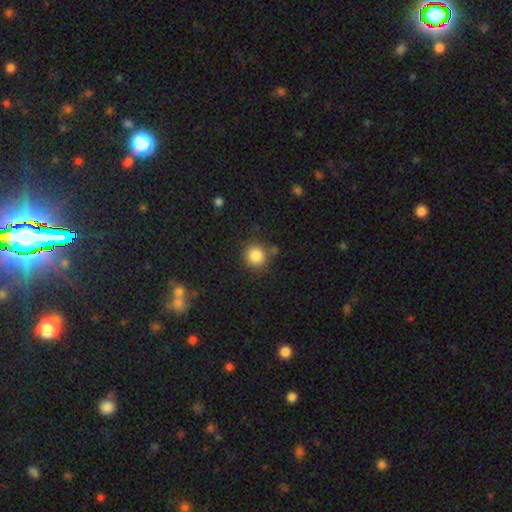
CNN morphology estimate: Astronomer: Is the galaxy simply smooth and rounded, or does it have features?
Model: smooth — 85%.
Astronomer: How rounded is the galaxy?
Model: round — 91%.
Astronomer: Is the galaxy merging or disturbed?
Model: none — 80%.